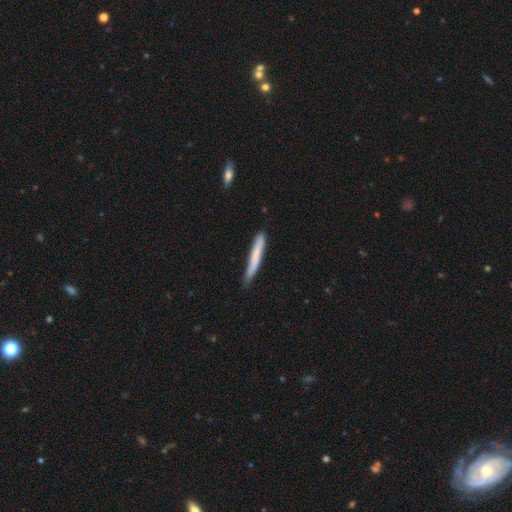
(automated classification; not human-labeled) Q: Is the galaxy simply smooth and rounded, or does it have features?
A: smooth — 70%.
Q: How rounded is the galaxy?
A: cigar-shaped — 96%.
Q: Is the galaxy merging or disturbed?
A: none — 75%.